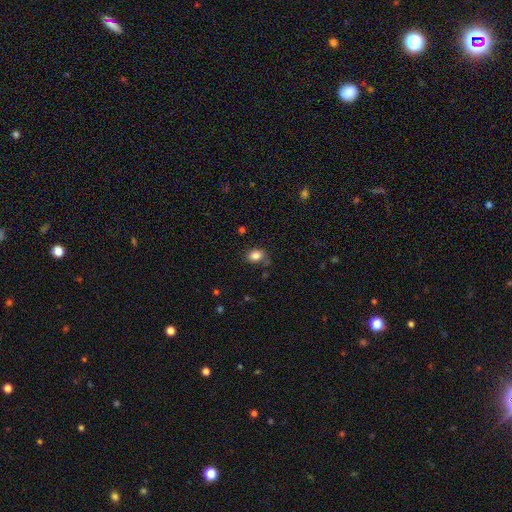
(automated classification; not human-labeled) Q: Smooth or featured?
A: smooth (84%); runner-up: star or artifact (10%)
Q: How rounded?
A: in between (71%); runner-up: round (27%)
Q: Merging?
A: none (73%); runner-up: minor disturbance (18%)